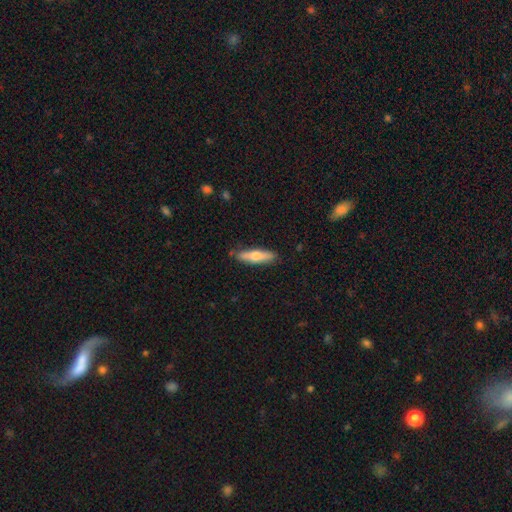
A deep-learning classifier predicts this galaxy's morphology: A smooth galaxy with no disk features (59%) that is cigar-shaped (72%).

Vote fractions:
- Smooth or featured? smooth: 59% / featured or disk: 36% / star or artifact: 6%
- How rounded? cigar-shaped: 72% / in between: 26% / round: 2%
- Merging? none: 85% / minor disturbance: 12% / major disturbance: 2% / merger: 2%